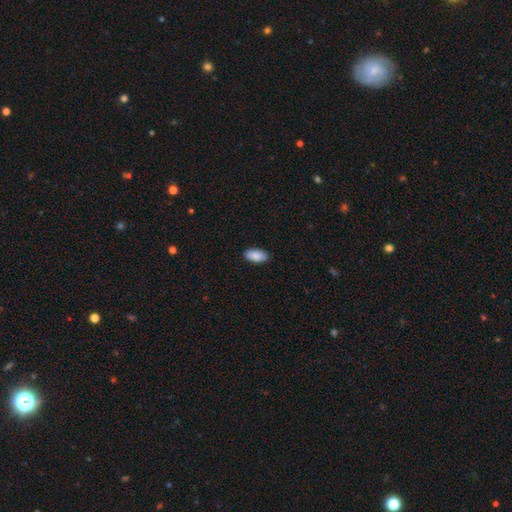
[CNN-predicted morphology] Smooth or featured? smooth (89%)
How rounded? in between (95%)
Merging? none (89%)